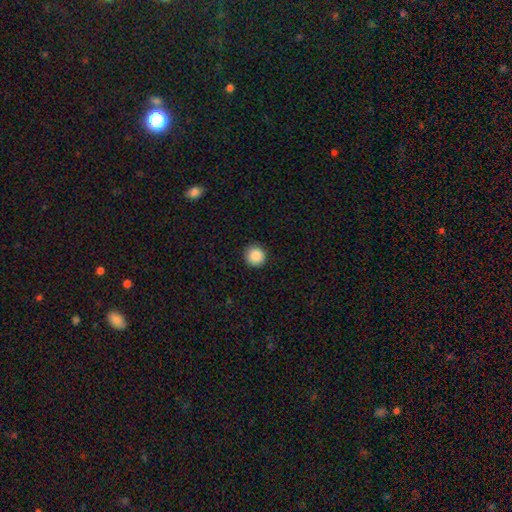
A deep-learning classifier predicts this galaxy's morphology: Overall: smooth (88%). How rounded: round (95%). Merging: none (91%).